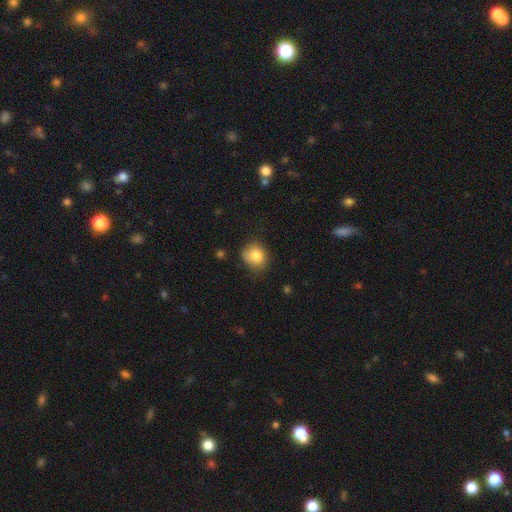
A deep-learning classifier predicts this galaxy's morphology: Overall: smooth (82%). How rounded: round (68%; in between 31%). Merging: none (66%).